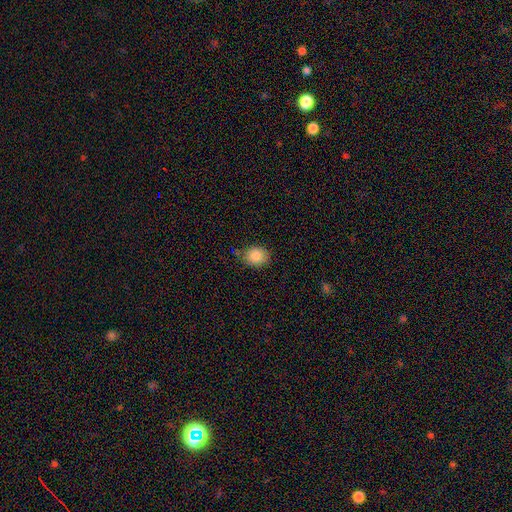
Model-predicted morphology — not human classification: Smooth or featured? smooth (87%)
How rounded? round (50%)
Merging? none (76%)